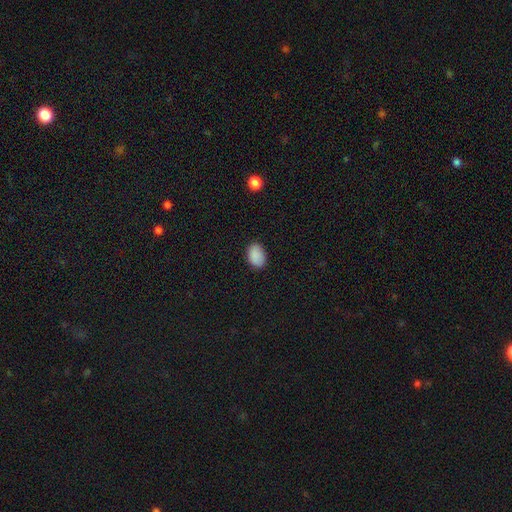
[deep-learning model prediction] This is clearly a smooth galaxy (89%). How rounded: clearly in between (85%). Merging: clearly none (85%).